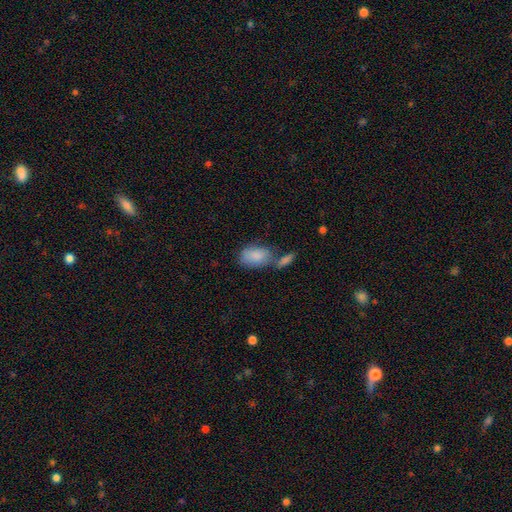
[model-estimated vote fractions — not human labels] A smooth galaxy with no disk features (85%) that is in between round and cigar-shaped (90%).

Vote fractions:
- Smooth or featured? smooth: 85% / featured or disk: 9% / star or artifact: 6%
- How rounded? in between: 90% / round: 8% / cigar-shaped: 2%
- Merging? none: 43% / merger: 33% / minor disturbance: 17% / major disturbance: 7%